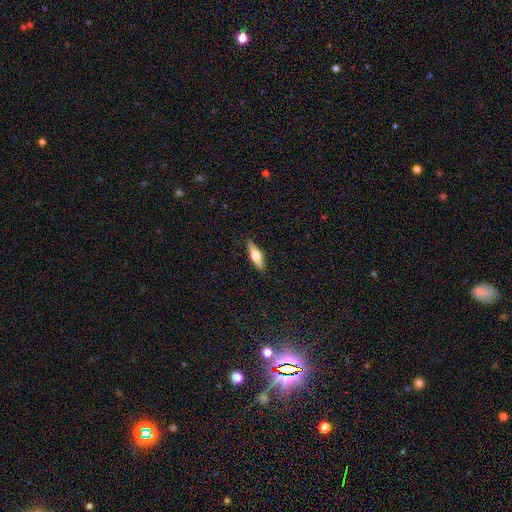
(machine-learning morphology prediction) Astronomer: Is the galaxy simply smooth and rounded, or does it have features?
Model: featured or disk — 49% (runner-up: smooth, 45%).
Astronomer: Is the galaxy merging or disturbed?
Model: none — 89%.